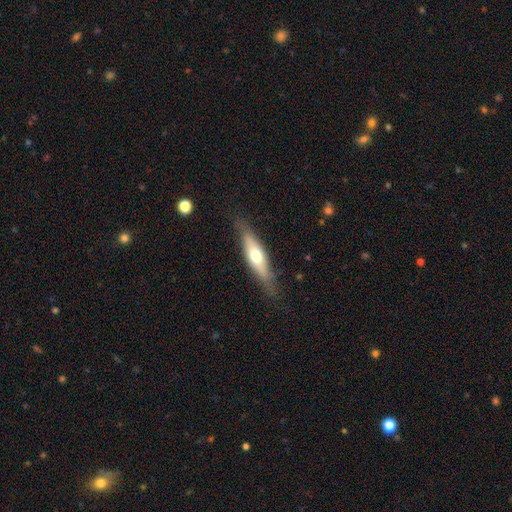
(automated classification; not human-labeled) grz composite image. It shows a smooth galaxy with no disk features (49%). Merging: none (78%).